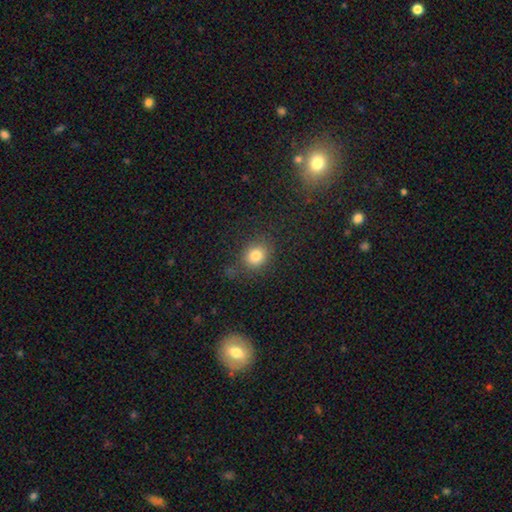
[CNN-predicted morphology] Overall: smooth (81%). How rounded: round (72%). Merging: none (74%).